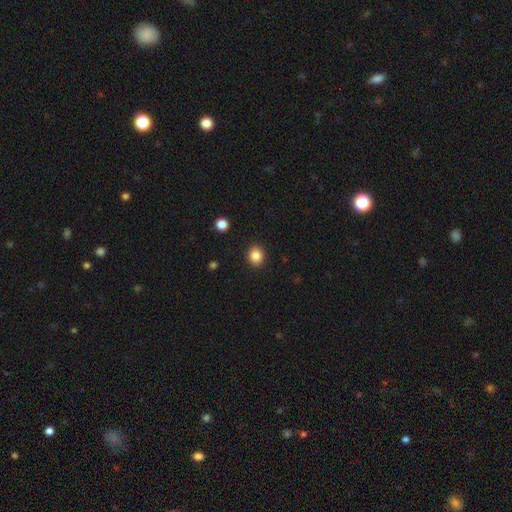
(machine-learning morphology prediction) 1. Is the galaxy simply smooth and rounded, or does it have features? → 86% smooth, 10% star or artifact, 4% featured or disk.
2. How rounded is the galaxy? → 77% round, 22% in between, 1% cigar-shaped.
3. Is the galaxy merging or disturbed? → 91% none, 6% minor disturbance, 2% major disturbance, 1% merger.